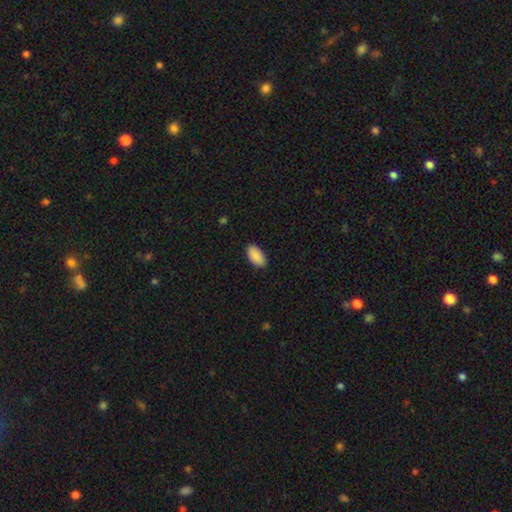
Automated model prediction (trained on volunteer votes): Q: Smooth or featured?
A: smooth (90%); runner-up: star or artifact (6%)
Q: How rounded?
A: in between (95%); runner-up: cigar-shaped (3%)
Q: Merging?
A: none (89%); runner-up: minor disturbance (9%)